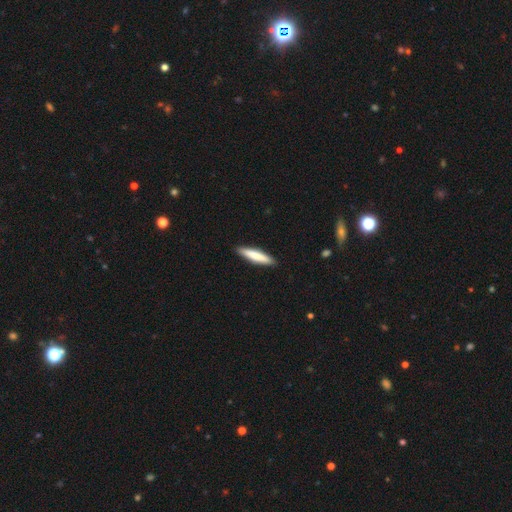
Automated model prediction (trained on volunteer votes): A smooth galaxy with no disk features (77%) that is cigar-shaped (87%).

Vote fractions:
- Smooth or featured? smooth: 77% / featured or disk: 18% / star or artifact: 5%
- How rounded? cigar-shaped: 87% / in between: 12% / round: 1%
- Merging? none: 90% / minor disturbance: 7% / major disturbance: 1% / merger: 1%